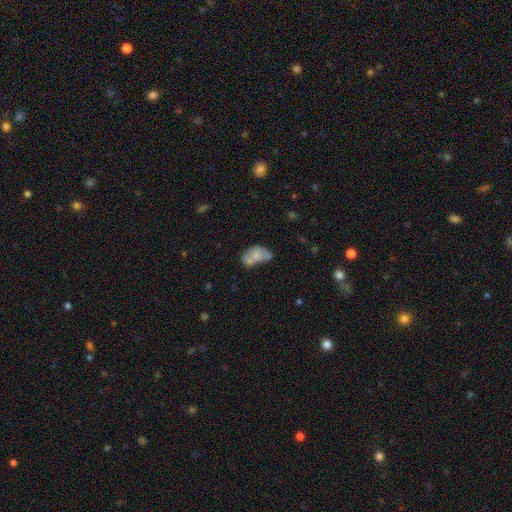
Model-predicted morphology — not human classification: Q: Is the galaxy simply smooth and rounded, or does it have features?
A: smooth — 58%.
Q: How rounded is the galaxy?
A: in between — 89%.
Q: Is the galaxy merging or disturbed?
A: merger — 35%.